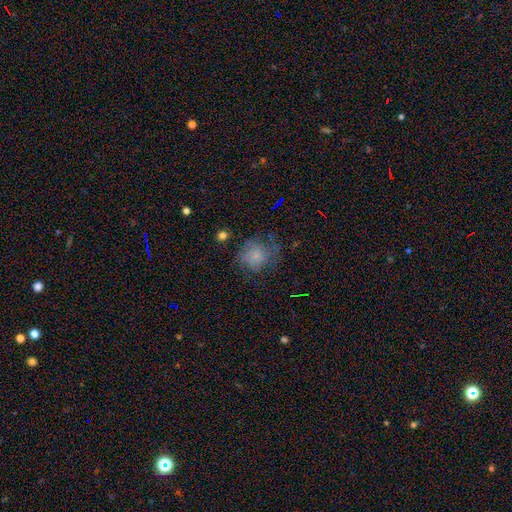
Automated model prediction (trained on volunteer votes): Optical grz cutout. It shows a smooth galaxy with no disk features (61%) that is round (77%). Merging: none (52%).